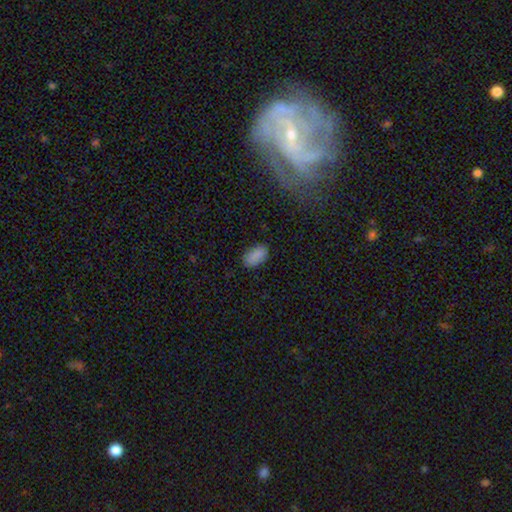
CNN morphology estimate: Smooth or featured? smooth (88%)
How rounded? in between (94%)
Merging? none (84%)